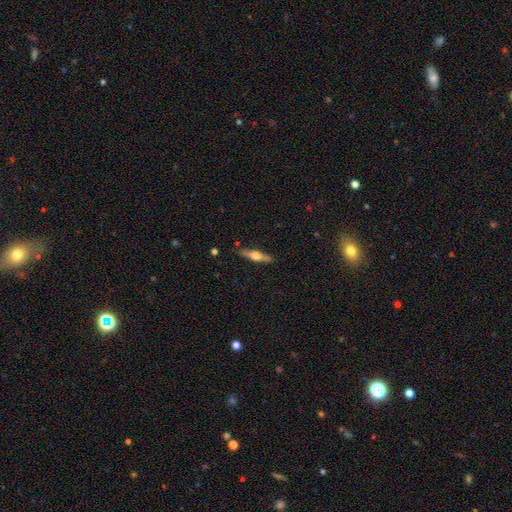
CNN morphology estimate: A featured or disk galaxy (63%) viewed edge-on (96%) with a rounded central bulge (94%). Merging: none (88%).